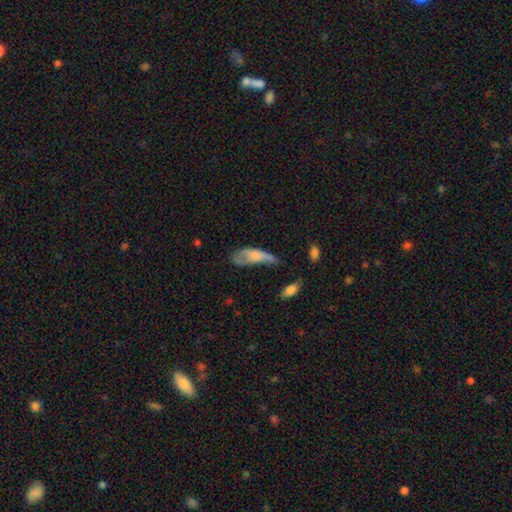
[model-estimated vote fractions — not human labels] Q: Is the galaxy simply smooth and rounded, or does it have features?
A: smooth — 66%.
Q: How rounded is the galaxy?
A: in between — 65%.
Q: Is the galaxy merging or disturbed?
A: major disturbance — 36%.